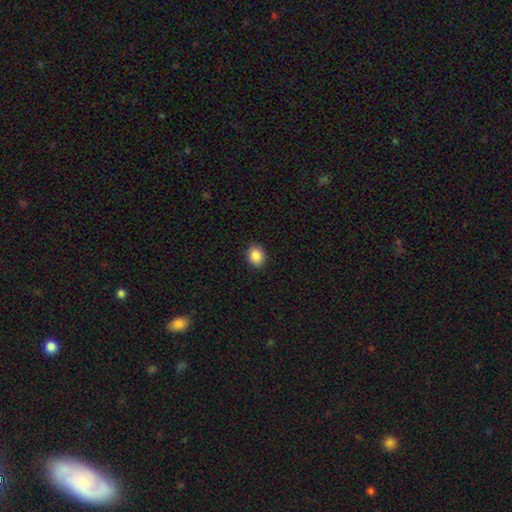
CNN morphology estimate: smooth 88%, star or artifact 9%, featured or disk 3%. Down the decision tree: how rounded — round (68%); merging — none (91%).